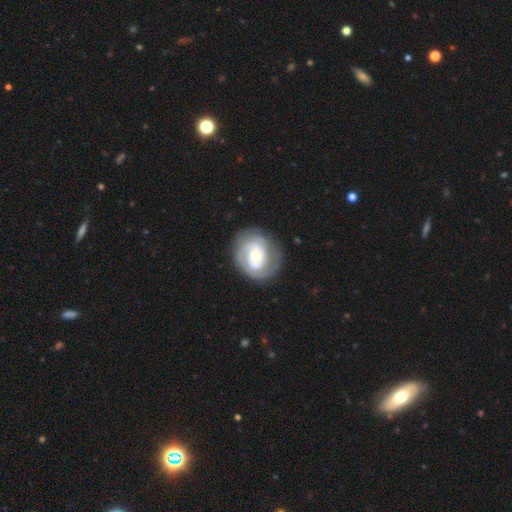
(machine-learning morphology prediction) This appears to be a featured or disk galaxy (72%) with no bar (62%), 2 (46%) tight (59%) spiral arms (83%) and a moderate central bulge (46%). Merging: none (74%).